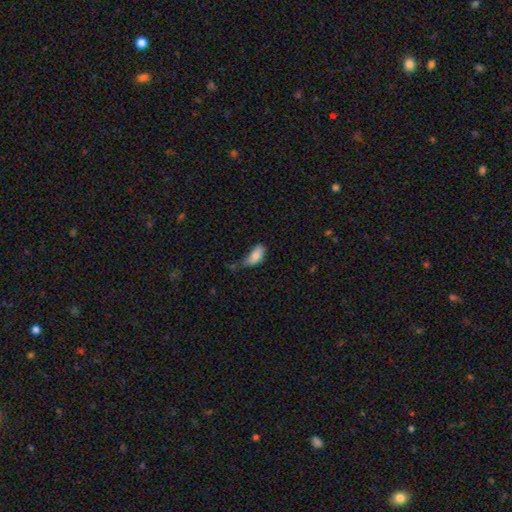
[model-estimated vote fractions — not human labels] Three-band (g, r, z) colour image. It shows a smooth galaxy with no disk features (82%) that is in between round and cigar-shaped (90%). Merging: minor disturbance (41%).